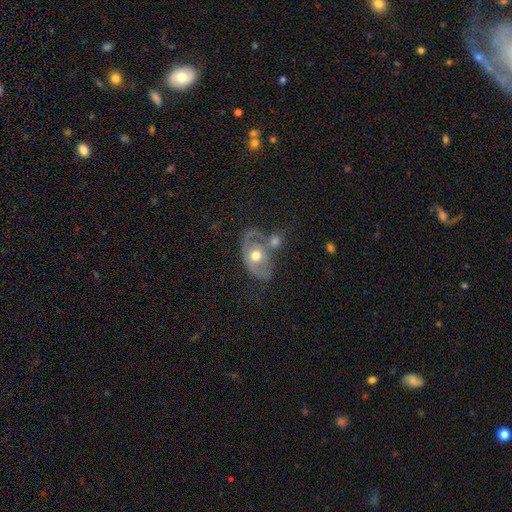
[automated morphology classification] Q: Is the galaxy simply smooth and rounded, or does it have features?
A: featured or disk — 59%.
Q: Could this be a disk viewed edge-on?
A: no — 93%.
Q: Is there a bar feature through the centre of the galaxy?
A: no — 84%.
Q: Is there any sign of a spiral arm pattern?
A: no — 55%.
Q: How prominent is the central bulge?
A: moderate — 77%.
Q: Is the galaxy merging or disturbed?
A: merger — 37%.